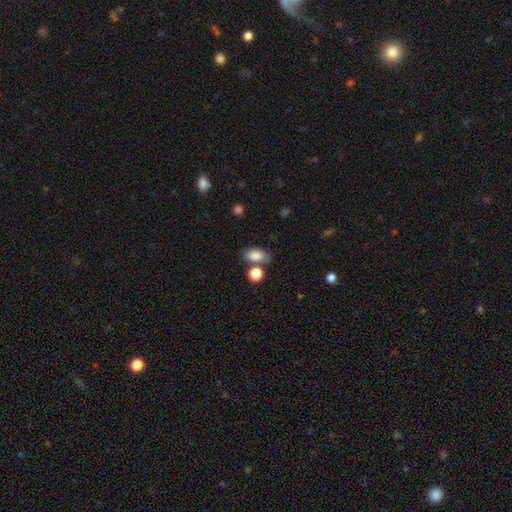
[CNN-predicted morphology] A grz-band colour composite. It shows a smooth galaxy with no disk features (85%) that is in between round and cigar-shaped (86%). Merging: none (61%).